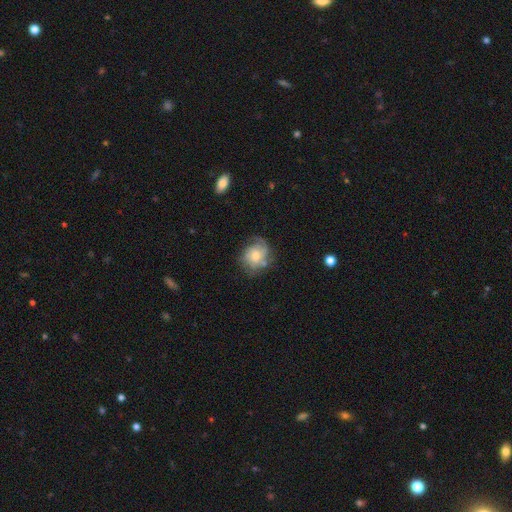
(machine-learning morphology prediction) Q: Smooth or featured?
A: featured or disk (64%); runner-up: smooth (28%)
Q: Edge-on disk?
A: no (97%); runner-up: yes (3%)
Q: Bar?
A: no (75%); runner-up: weak (22%)
Q: Spiral arms?
A: yes (86%); runner-up: no (14%)
Q: Spiral winding?
A: tight (46%); runner-up: medium (36%)
Q: Spiral arm count?
A: can't tell (37%); runner-up: 2 (22%)
Q: Bulge size?
A: moderate (59%); runner-up: small (28%)
Q: Merging?
A: none (60%); runner-up: minor disturbance (23%)